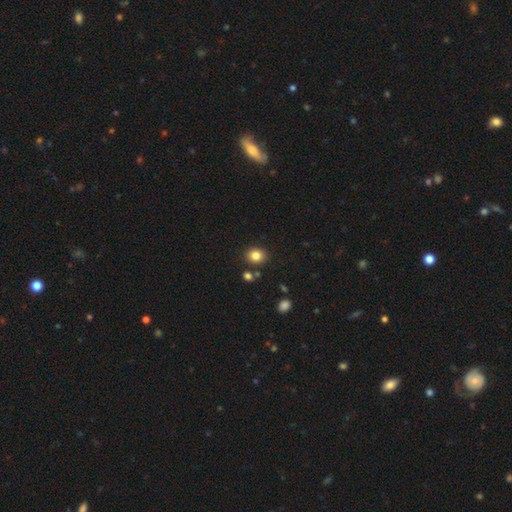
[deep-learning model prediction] The model was most divided on "how rounded": round: 66%, in between: 33%, cigar-shaped: 1%. More confident: merging — none (83%); smooth or featured — smooth (83%).